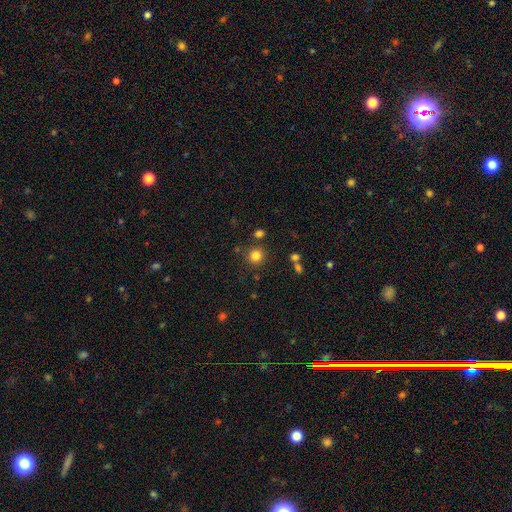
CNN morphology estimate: A smooth galaxy with no disk features (81%) that is round (92%). Merging: none (84%).